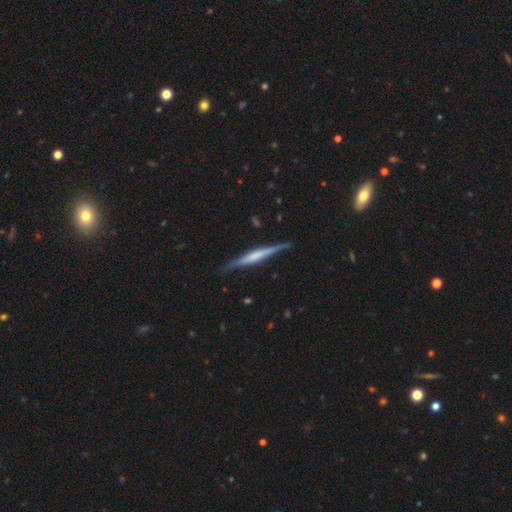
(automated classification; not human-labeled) Smooth or featured? Predicted: featured or disk (p=0.66). Edge-on disk? Predicted: yes (p=0.97). Edge-on bulge? Predicted: boxy (p=0.36). Merging? Predicted: none (p=0.86).